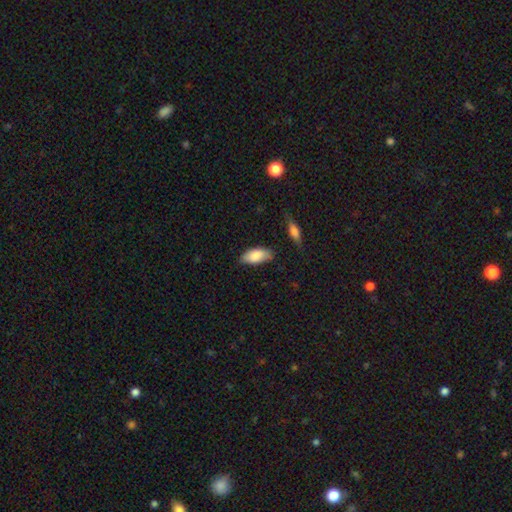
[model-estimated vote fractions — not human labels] smooth-or-featured: smooth: 83% | featured or disk: 10% | star or artifact: 6%
  how-rounded: in between: 90% | cigar-shaped: 8% | round: 2%
  merging: none: 66% | minor disturbance: 26% | major disturbance: 4% | merger: 3%